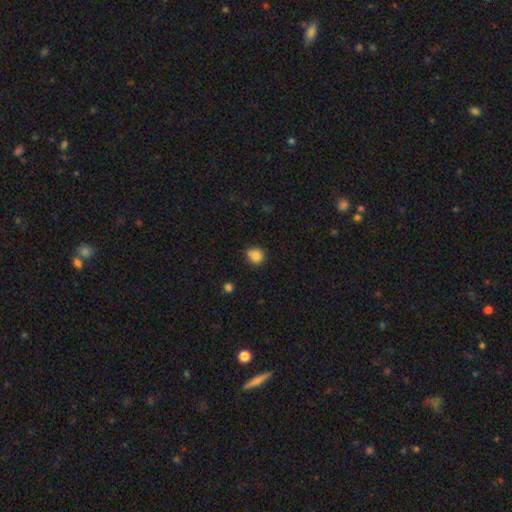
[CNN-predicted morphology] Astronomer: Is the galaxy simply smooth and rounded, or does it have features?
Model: smooth — 83%.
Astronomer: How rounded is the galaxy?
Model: round — 83%.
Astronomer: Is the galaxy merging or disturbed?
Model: none — 75%.